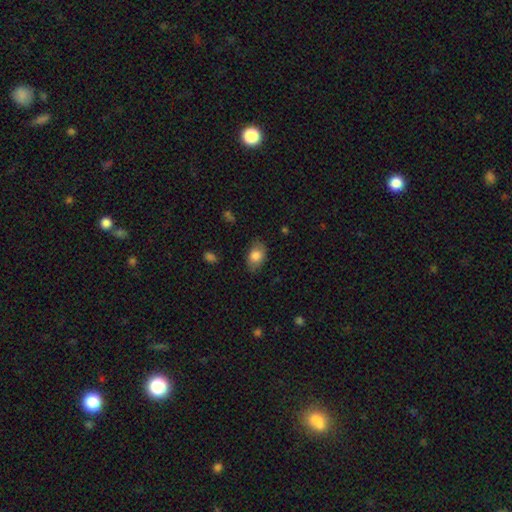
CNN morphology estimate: type=smooth (81%); roundness=in between (86%); merging=none (77%).